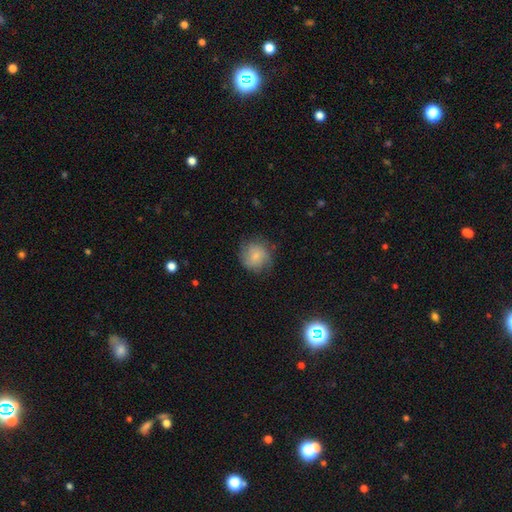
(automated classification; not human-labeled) A smooth galaxy with no disk features (69%) that is round (88%).

Vote fractions:
- Smooth or featured? smooth: 69% / featured or disk: 23% / star or artifact: 8%
- How rounded? round: 88% / in between: 11% / cigar-shaped: 1%
- Merging? none: 70% / minor disturbance: 21% / major disturbance: 8% / merger: 1%